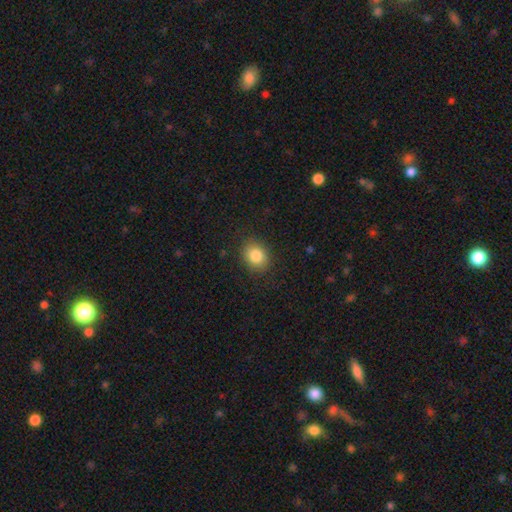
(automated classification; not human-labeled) Smooth or featured: smooth — 84% (star or artifact — 10%)
How rounded: round — 56% (in between — 43%)
Merging: none — 87% (minor disturbance — 9%)